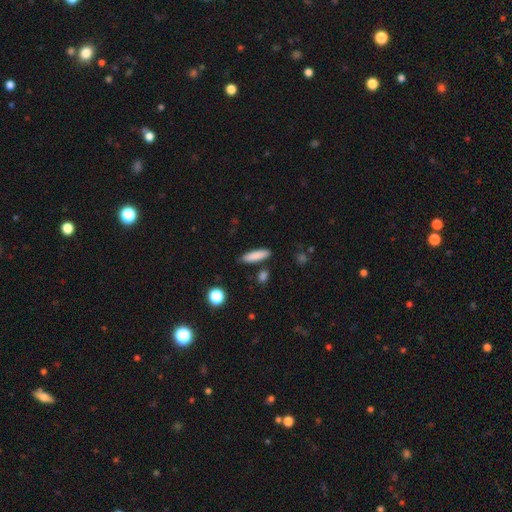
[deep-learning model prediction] Morphology: type=smooth (85%); roundness=cigar-shaped (65%); merging=none (84%).